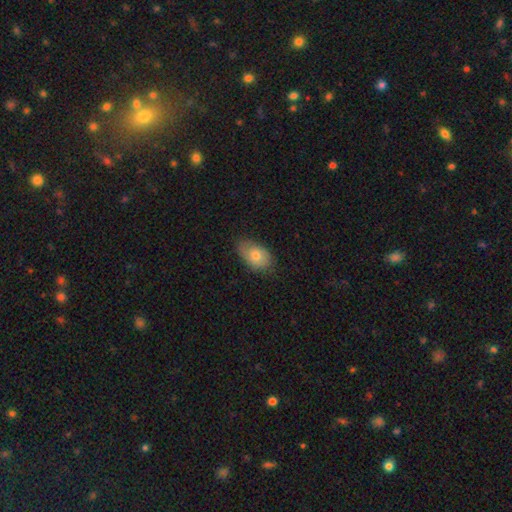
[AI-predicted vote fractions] Overall: smooth (72%). How rounded: in between (89%). Merging: none (67%).